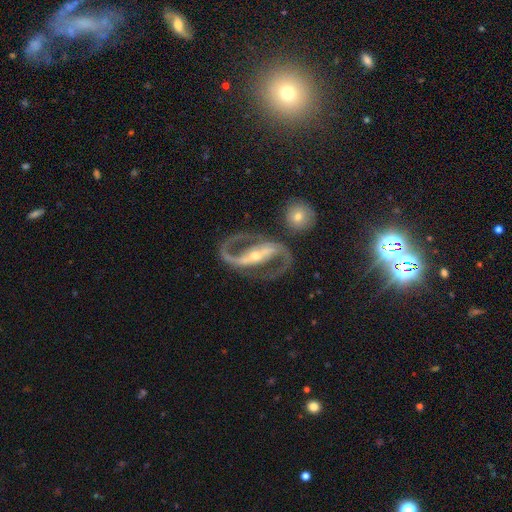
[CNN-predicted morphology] This appears to be a featured or disk galaxy (92%) with a strong bar (75%), 2 (94%) medium (59%) spiral arms (96%) and a small central bulge (57%). Merging: none (76%).